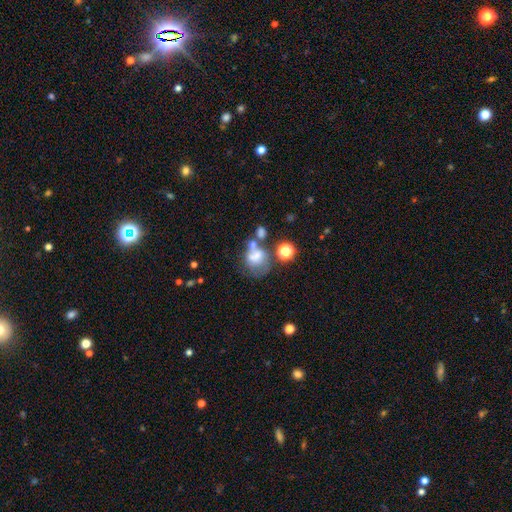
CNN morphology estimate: Smooth or featured?
  - smooth: 54% *
  - featured or disk: 30%
  - star or artifact: 16%
How rounded?
  - round: 57% *
  - in between: 42%
  - cigar-shaped: 1%
Merging?
  - merger: 35% *
  - none: 26%
  - major disturbance: 22%
  - minor disturbance: 17%